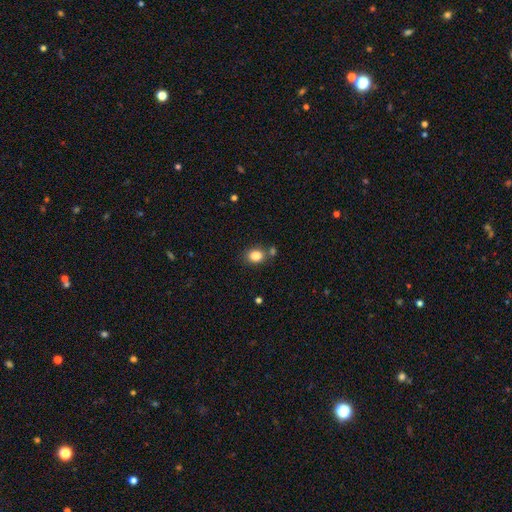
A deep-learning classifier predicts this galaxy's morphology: type=smooth (84%); roundness=round (52%); merging=none (70%).